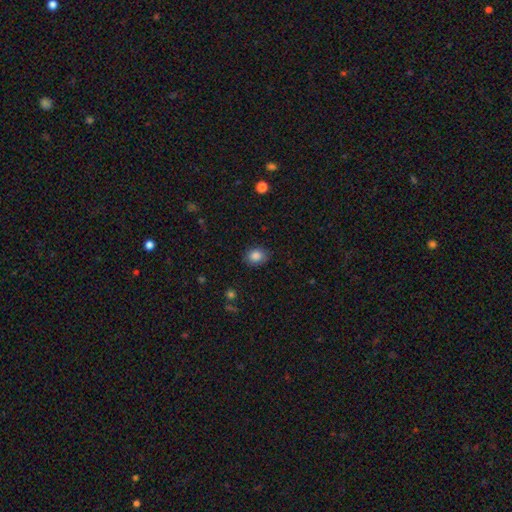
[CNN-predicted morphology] smooth_or_featured: smooth (p=0.86) [alt: star or artifact p=0.10]
how_rounded: round (p=0.51) [alt: in between p=0.48]
merging: none (p=0.85) [alt: minor disturbance p=0.12]